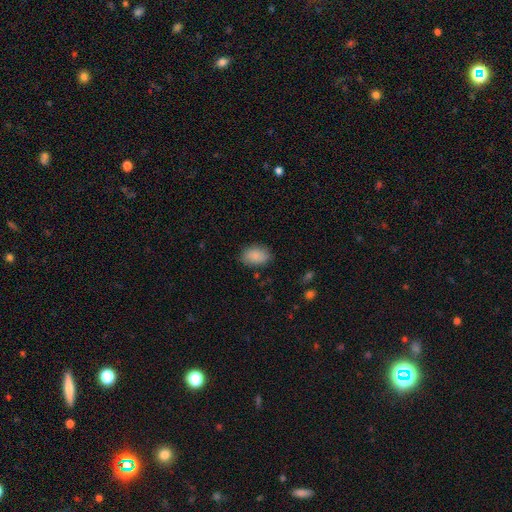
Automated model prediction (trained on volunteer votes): The model was most divided on "merging": none: 82%, minor disturbance: 13%, major disturbance: 3%, merger: 1%. More confident: smooth or featured — smooth (87%); how rounded — in between (87%).